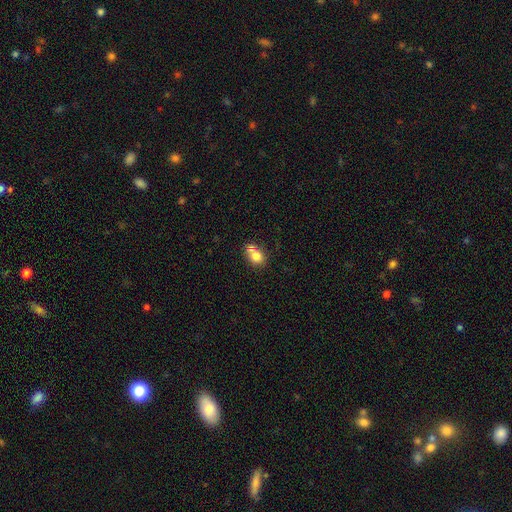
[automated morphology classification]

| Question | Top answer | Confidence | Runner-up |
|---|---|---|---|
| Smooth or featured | smooth | 76% | featured or disk (14%) |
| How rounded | round | 62% | in between (37%) |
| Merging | none | 45% | merger (36%) |